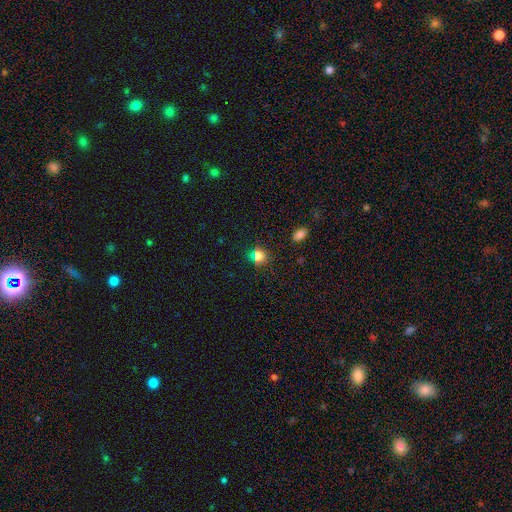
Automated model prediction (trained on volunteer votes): This is likely a smooth galaxy (74%). How rounded: likely round (75%). Merging: likely none (79%).